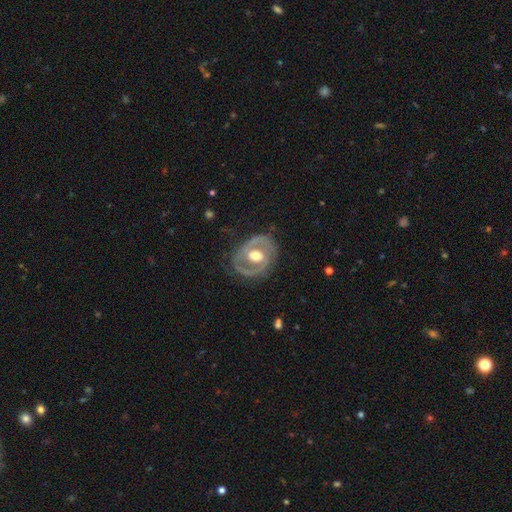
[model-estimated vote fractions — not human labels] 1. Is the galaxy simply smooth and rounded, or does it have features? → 77% featured or disk, 18% smooth, 5% star or artifact.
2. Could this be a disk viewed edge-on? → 96% no, 4% yes.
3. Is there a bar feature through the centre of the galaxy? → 53% no, 33% weak, 14% strong.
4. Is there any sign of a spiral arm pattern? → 64% yes, 36% no.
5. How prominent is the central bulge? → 71% moderate, 19% large, 7% small, 1% dominant, 1% none.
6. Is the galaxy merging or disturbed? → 72% none, 19% minor disturbance, 8% major disturbance, 1% merger.